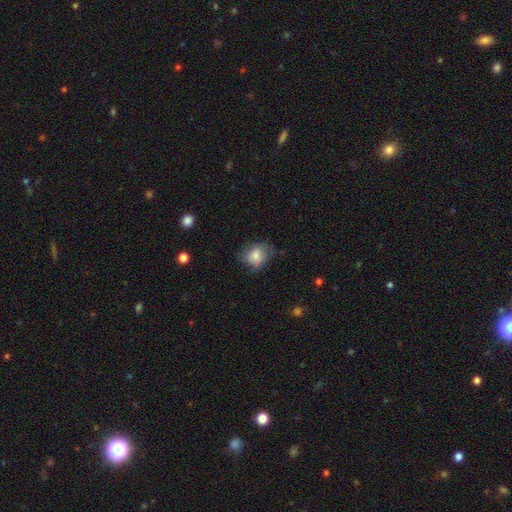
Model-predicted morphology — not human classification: This appears to be a smooth galaxy with no disk features (67%) that is round (53%). Merging: none (56%).